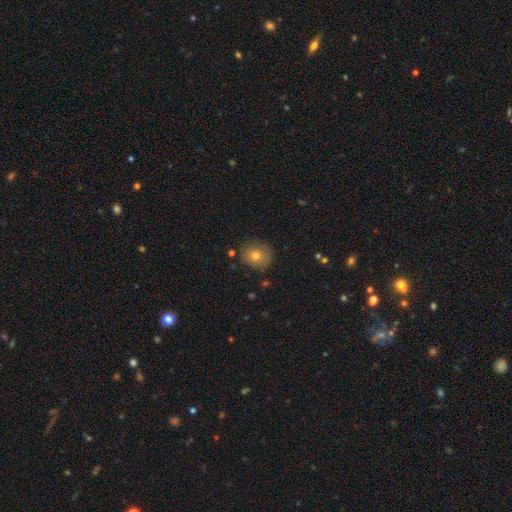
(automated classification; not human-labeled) Smooth or featured: smooth — 72% (featured or disk — 17%)
How rounded: round — 80% (in between — 19%)
Merging: none — 79% (minor disturbance — 15%)